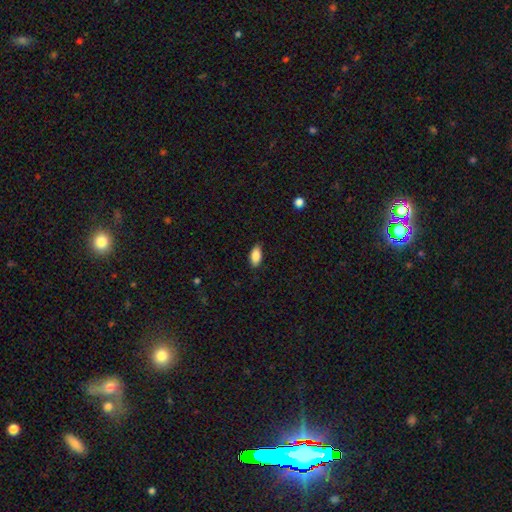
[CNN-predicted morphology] smooth 88%, star or artifact 7%, featured or disk 5%. Down the decision tree: how rounded — in between (91%); merging — none (84%).